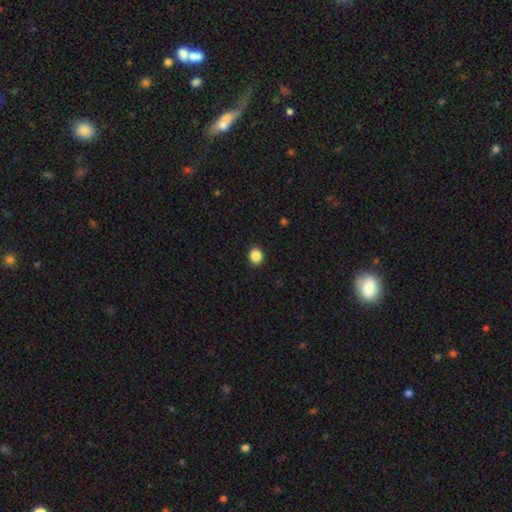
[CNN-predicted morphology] This appears to be a smooth galaxy with no disk features (87%) that is round (62%). Merging: none (90%).